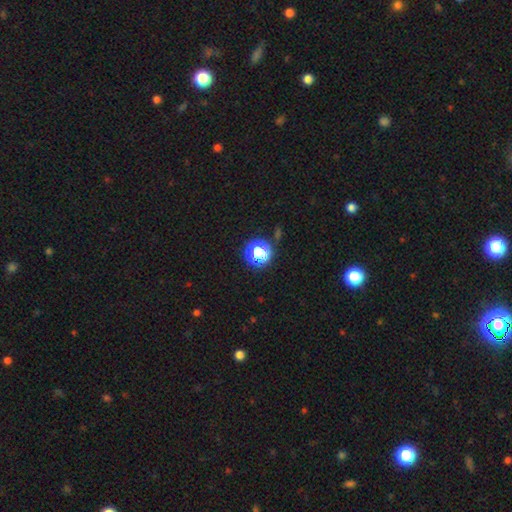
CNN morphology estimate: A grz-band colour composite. It shows a star or artifact, not a galaxy (51%).